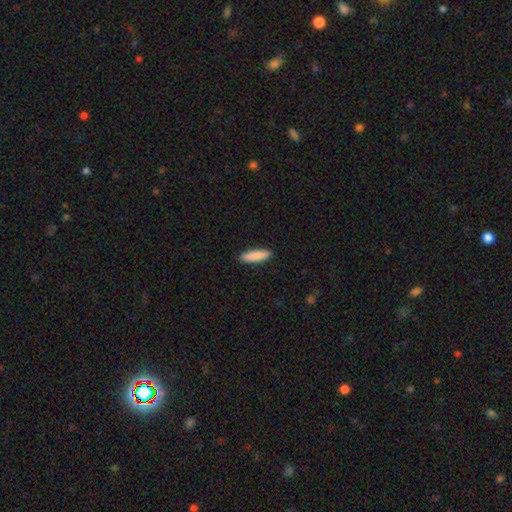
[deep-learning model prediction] Morphology: type=smooth (88%); roundness=cigar-shaped (72%); merging=none (91%).